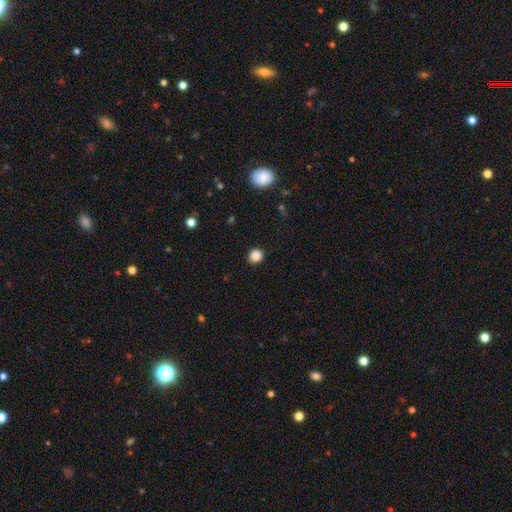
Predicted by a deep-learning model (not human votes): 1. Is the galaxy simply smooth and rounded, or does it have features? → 86% smooth, 11% star or artifact, 3% featured or disk.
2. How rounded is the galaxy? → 88% round, 11% in between, 1% cigar-shaped.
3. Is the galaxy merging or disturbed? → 90% none, 7% minor disturbance, 2% major disturbance, 1% merger.